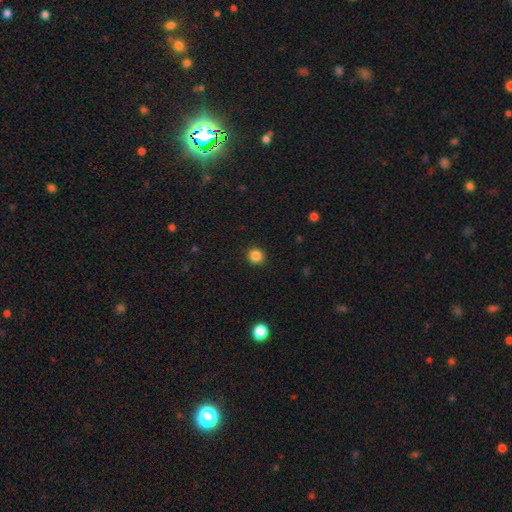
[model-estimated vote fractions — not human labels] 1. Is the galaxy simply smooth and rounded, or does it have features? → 86% smooth, 11% star or artifact, 3% featured or disk.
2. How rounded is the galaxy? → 93% round, 6% in between, 1% cigar-shaped.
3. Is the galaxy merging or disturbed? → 92% none, 6% minor disturbance, 2% major disturbance, 1% merger.